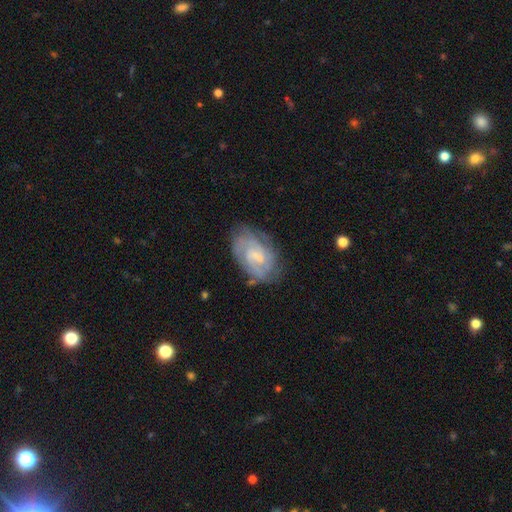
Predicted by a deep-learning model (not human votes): This is likely a featured or disk galaxy (75%). It is clearly not viewed edge-on (97%). Bar: possibly weak (48%). Spiral arm pattern: clearly yes (89%). Spiral arm count: marginally can't tell (39%). Spiral winding: possibly tight (56%). Central bulge: possibly small (55%). Merging: likely none (67%).